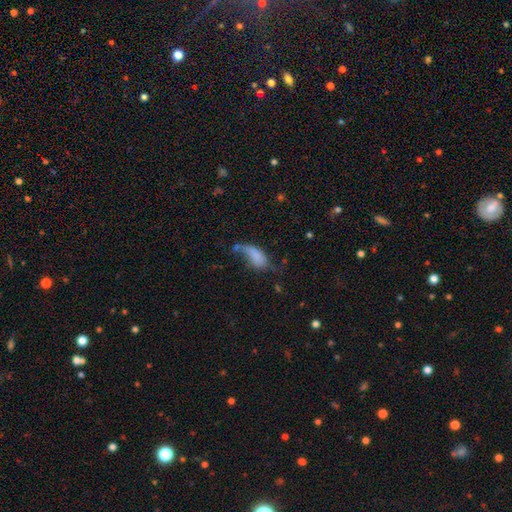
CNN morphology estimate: type=smooth (65%); roundness=in between (84%); merging=major disturbance (42%).